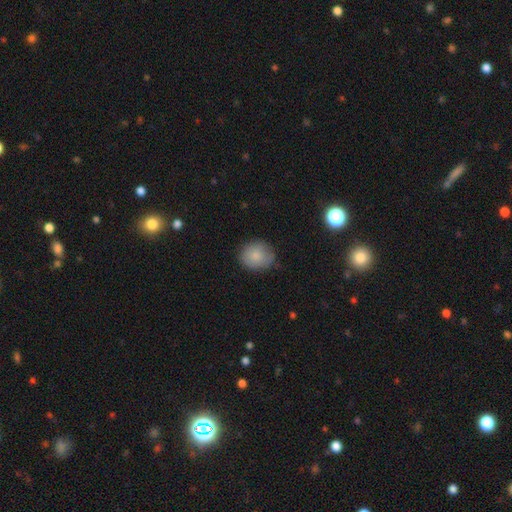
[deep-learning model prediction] A smooth galaxy with no disk features (82%) that is round (70%). Merging: none (70%).